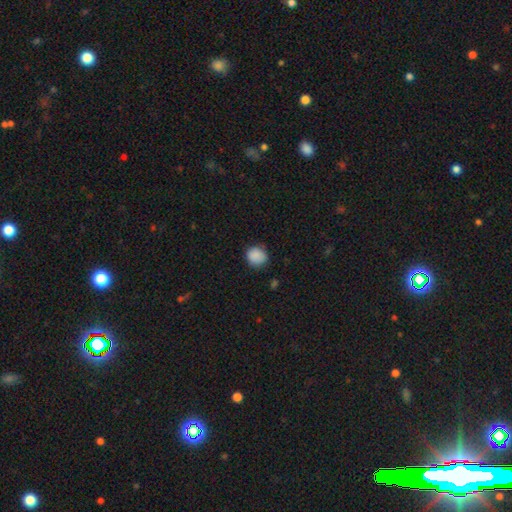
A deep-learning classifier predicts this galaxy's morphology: Smooth or featured?
  - smooth: 88% *
  - star or artifact: 9%
  - featured or disk: 3%
How rounded?
  - round: 85% *
  - in between: 14%
  - cigar-shaped: 1%
Merging?
  - none: 82% *
  - minor disturbance: 14%
  - major disturbance: 3%
  - merger: 1%